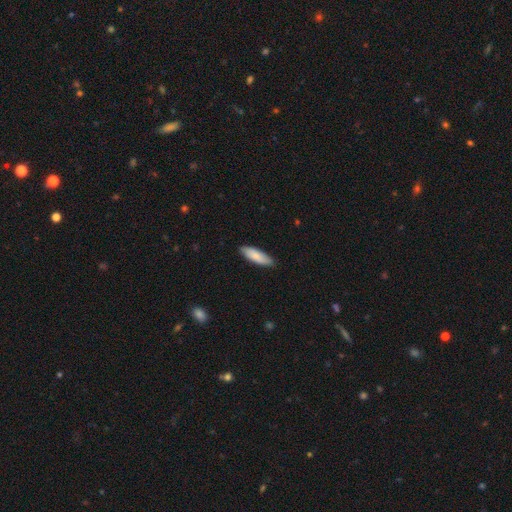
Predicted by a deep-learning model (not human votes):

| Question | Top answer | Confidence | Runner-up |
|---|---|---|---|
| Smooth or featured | smooth | 82% | featured or disk (12%) |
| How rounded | in between | 50% | cigar-shaped (49%) |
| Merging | none | 84% | minor disturbance (13%) |